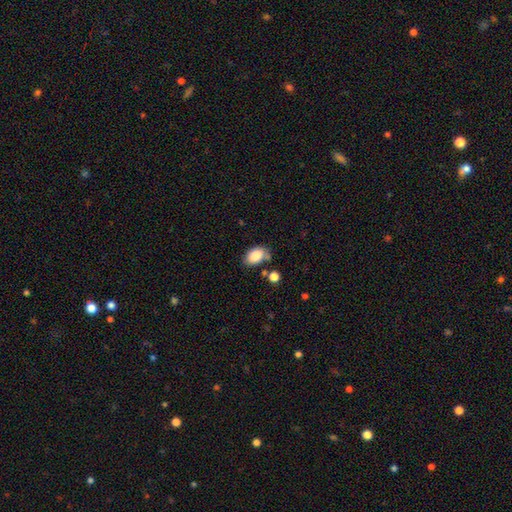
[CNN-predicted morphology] The model was most divided on "merging": none: 65%, minor disturbance: 20%, merger: 9%, major disturbance: 5%. More confident: how rounded — in between (88%); smooth or featured — smooth (86%).